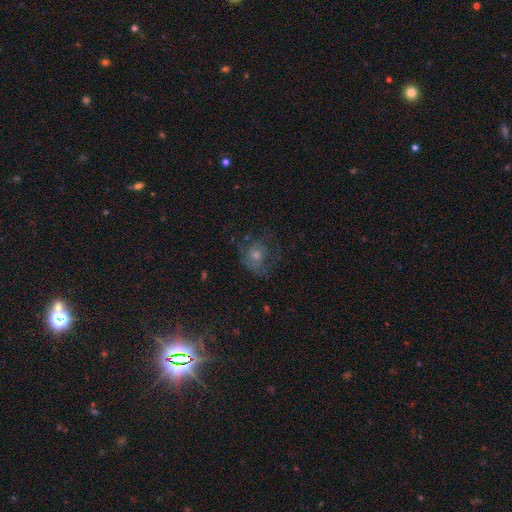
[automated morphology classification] A featured or disk galaxy (41%).

Vote fractions:
- Smooth or featured? featured or disk: 41% / smooth: 33% / star or artifact: 26%
- Merging? none: 58% / major disturbance: 20% / minor disturbance: 19% / merger: 2%